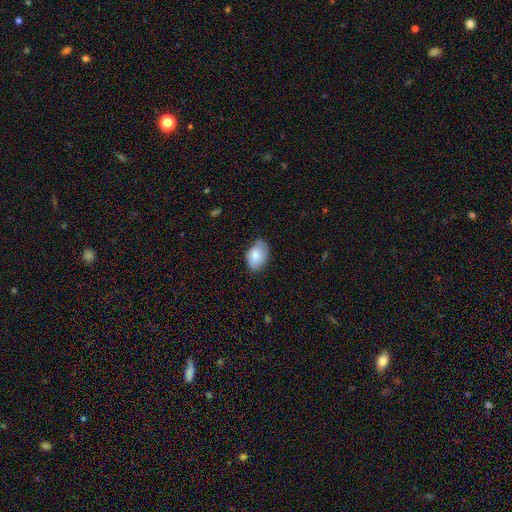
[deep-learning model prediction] Smooth or featured: smooth — 79% (featured or disk — 14%)
How rounded: in between — 89% (round — 10%)
Merging: none — 68% (minor disturbance — 26%)